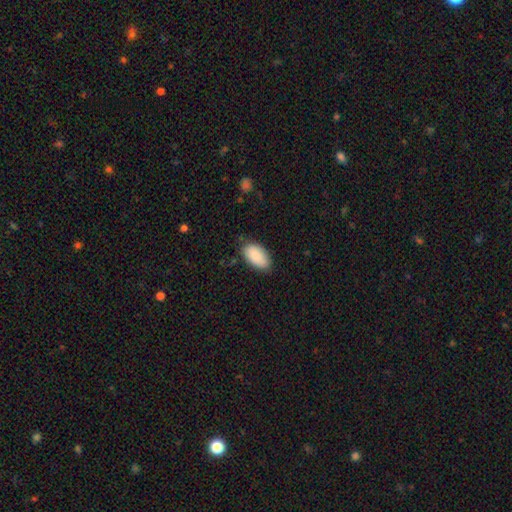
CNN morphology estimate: Overall: smooth (88%). How rounded: in between (95%). Merging: none (78%).